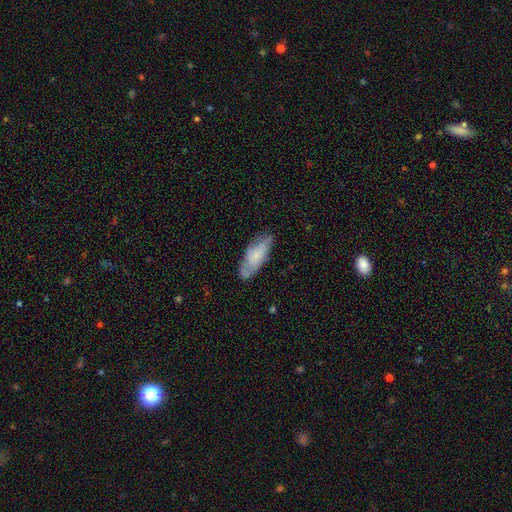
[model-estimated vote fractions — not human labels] Smooth or featured? Predicted: smooth (p=0.54). How rounded? Predicted: in between (p=0.71). Merging? Predicted: none (p=0.67).